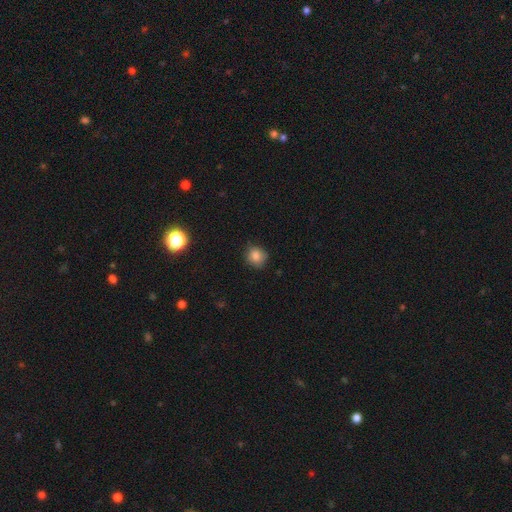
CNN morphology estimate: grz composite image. It shows a smooth galaxy with no disk features (82%) that is round (81%). Merging: none (75%).